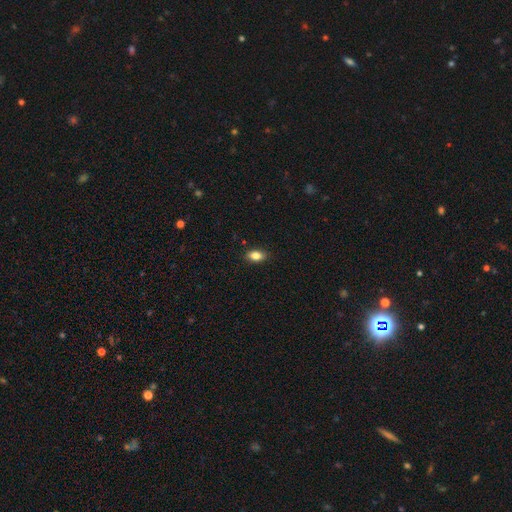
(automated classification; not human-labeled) Overall: smooth (83%). How rounded: in between (87%). Merging: none (88%).